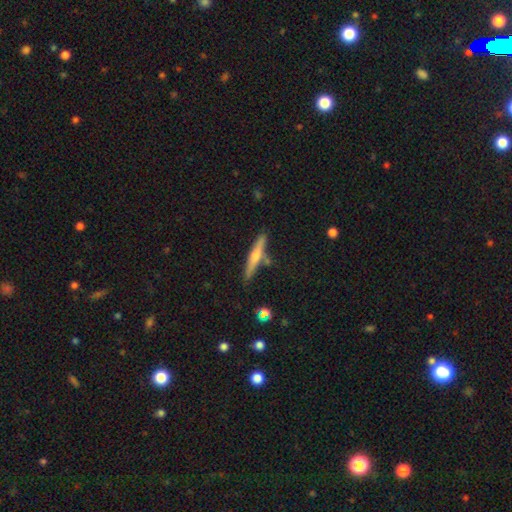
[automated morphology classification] smooth_or_featured: featured or disk (p=0.49) [alt: smooth p=0.44]
merging: none (p=0.79) [alt: minor disturbance p=0.12]